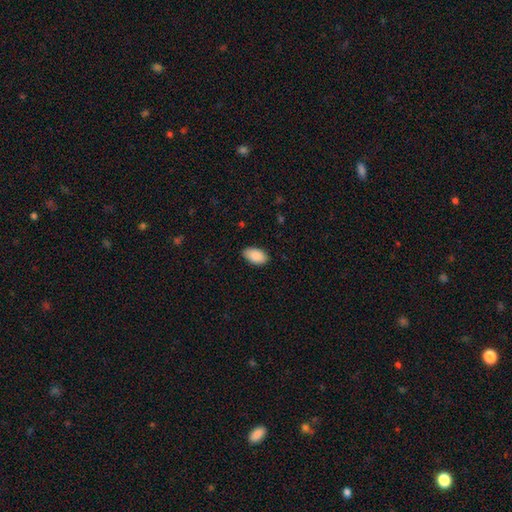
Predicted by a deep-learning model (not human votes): Smooth or featured? smooth (90%)
How rounded? in between (95%)
Merging? none (84%)